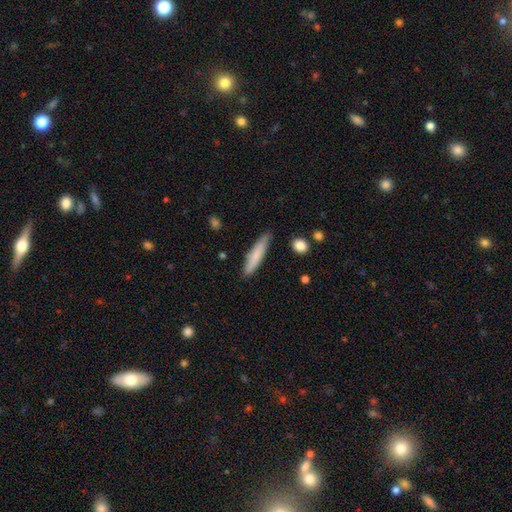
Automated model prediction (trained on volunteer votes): Smooth or featured? smooth (79%)
How rounded? cigar-shaped (88%)
Merging? none (85%)